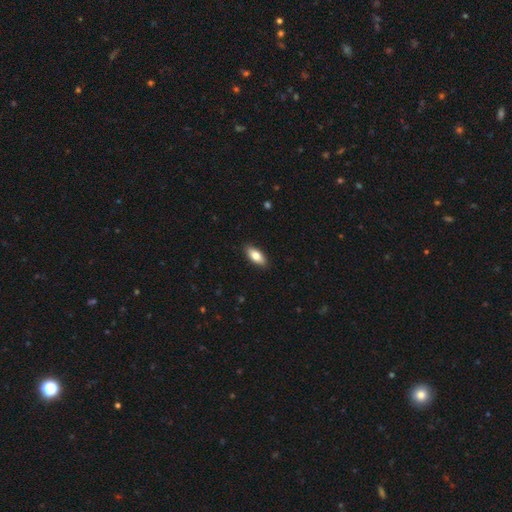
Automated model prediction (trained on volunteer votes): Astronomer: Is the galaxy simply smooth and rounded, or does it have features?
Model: smooth — 79%.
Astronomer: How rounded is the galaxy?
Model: in between — 83%.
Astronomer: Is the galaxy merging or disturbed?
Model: none — 89%.